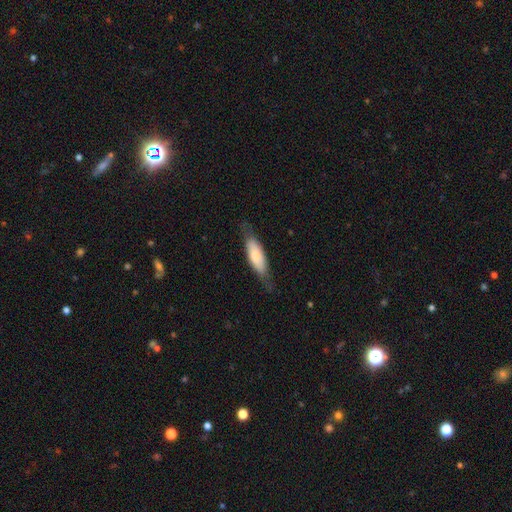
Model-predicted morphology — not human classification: smooth-or-featured: smooth: 71% | featured or disk: 23% | star or artifact: 5%
  how-rounded: in between: 51% | cigar-shaped: 47% | round: 2%
  merging: none: 70% | minor disturbance: 22% | major disturbance: 6% | merger: 1%